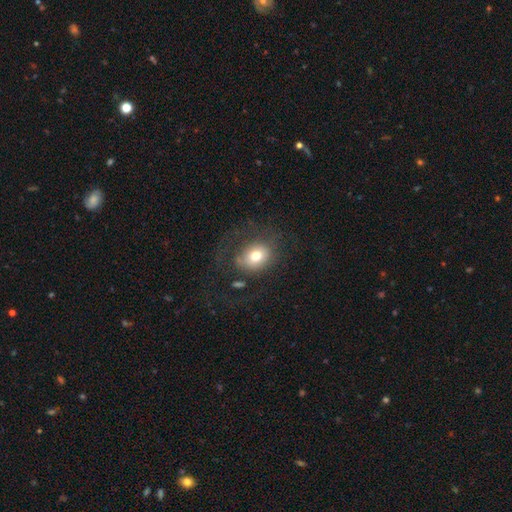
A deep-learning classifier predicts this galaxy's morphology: type=smooth (70%); roundness=round (53%); merging=none (54%).